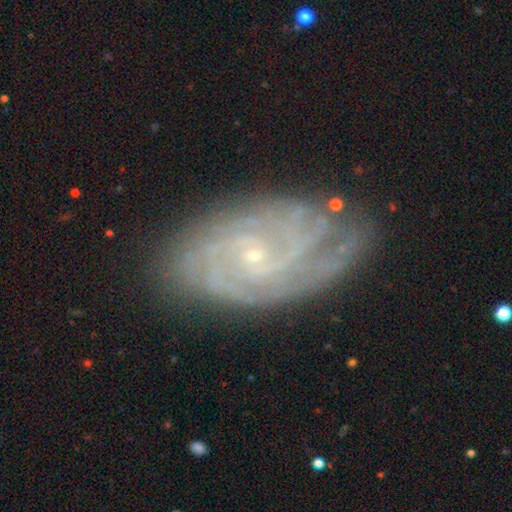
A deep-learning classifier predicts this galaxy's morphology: Smooth or featured: featured or disk — 87% (star or artifact — 7%)
Edge-on disk: no — 96% (yes — 4%)
Bar: no — 71% (weak — 23%)
Spiral arms: yes — 97% (no — 3%)
Spiral winding: tight — 73% (medium — 23%)
Spiral arm count: can't tell — 24% (3 — 20%)
Bulge size: small — 87% (moderate — 9%)
Merging: none — 77% (minor disturbance — 17%)